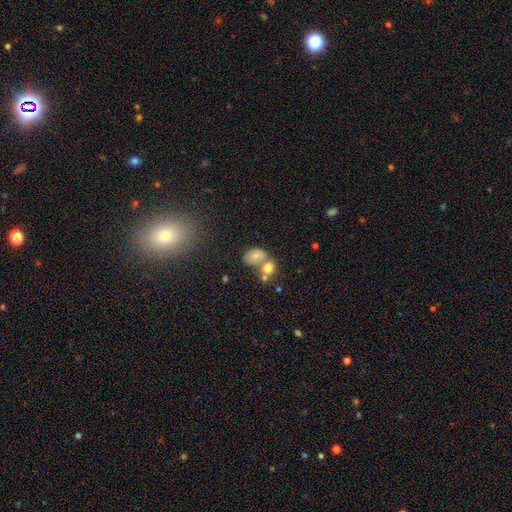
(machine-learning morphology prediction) Smooth or featured: smooth — 73% (featured or disk — 16%)
How rounded: in between — 69% (round — 29%)
Merging: merger — 43% (none — 38%)